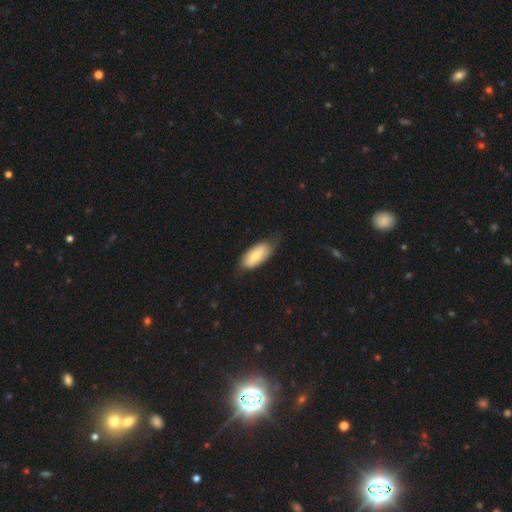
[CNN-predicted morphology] Smooth or featured?
  - smooth: 65% *
  - featured or disk: 29%
  - star or artifact: 6%
How rounded?
  - in between: 88% *
  - cigar-shaped: 10%
  - round: 2%
Merging?
  - none: 67% *
  - minor disturbance: 25%
  - major disturbance: 6%
  - merger: 1%